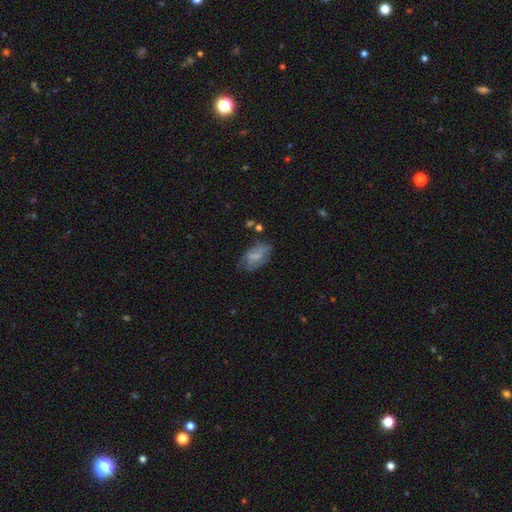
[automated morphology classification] A smooth galaxy with no disk features (54%) that is in between round and cigar-shaped (90%).

Vote fractions:
- Smooth or featured? smooth: 54% / featured or disk: 36% / star or artifact: 10%
- How rounded? in between: 90% / round: 6% / cigar-shaped: 4%
- Merging? none: 47% / minor disturbance: 31% / major disturbance: 17% / merger: 4%